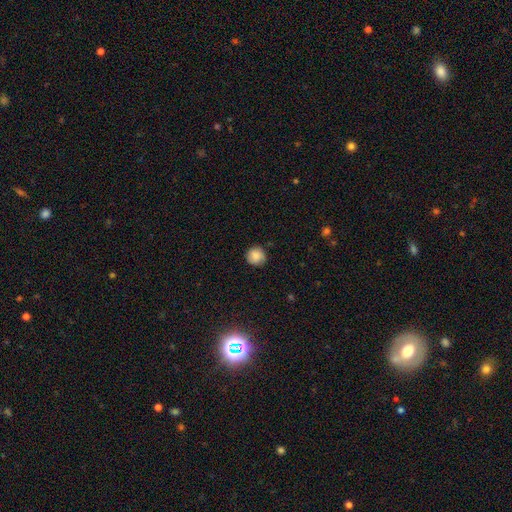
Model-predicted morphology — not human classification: smooth-or-featured: smooth: 82% | featured or disk: 9% | star or artifact: 9%
  how-rounded: round: 92% | in between: 7% | cigar-shaped: 1%
  merging: none: 82% | minor disturbance: 14% | major disturbance: 3% | merger: 1%